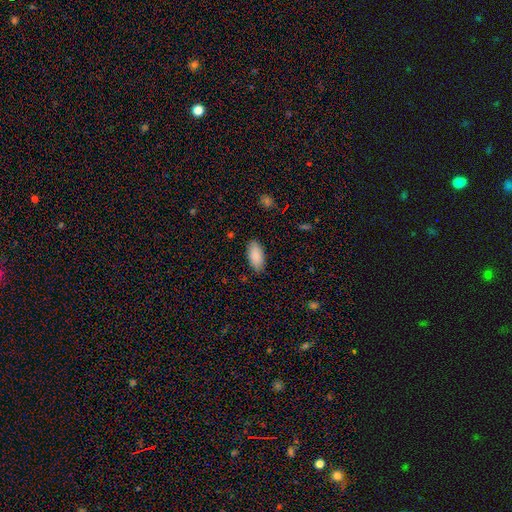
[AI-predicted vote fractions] smooth_or_featured: smooth (p=0.90) [alt: star or artifact p=0.06]
how_rounded: in between (p=0.92) [alt: cigar-shaped p=0.06]
merging: none (p=0.86) [alt: minor disturbance p=0.10]